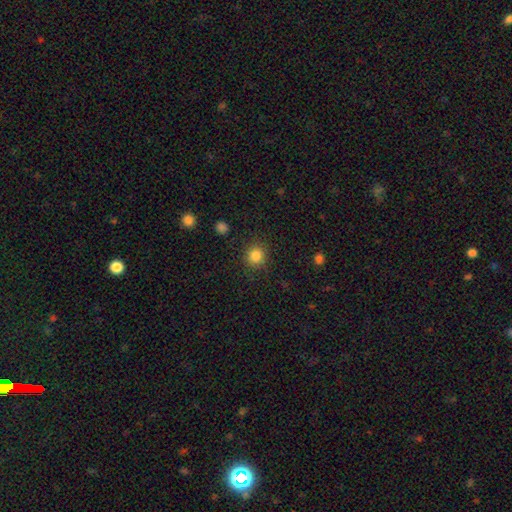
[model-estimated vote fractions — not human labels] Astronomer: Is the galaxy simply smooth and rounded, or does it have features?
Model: smooth — 84%.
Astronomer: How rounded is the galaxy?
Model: round — 90%.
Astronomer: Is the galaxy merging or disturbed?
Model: none — 88%.